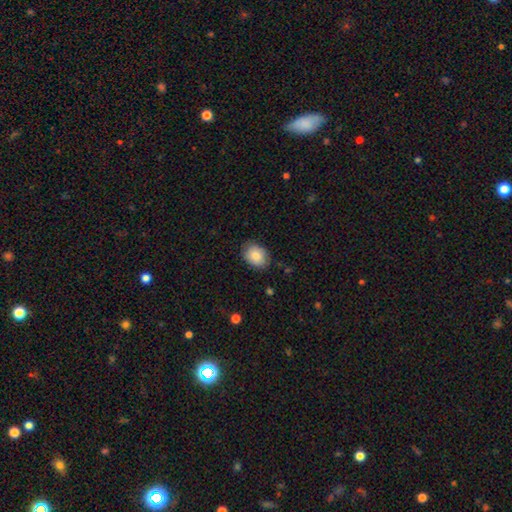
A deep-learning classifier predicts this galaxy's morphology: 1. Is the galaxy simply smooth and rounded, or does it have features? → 84% smooth, 9% featured or disk, 7% star or artifact.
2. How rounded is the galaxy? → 67% in between, 32% round, 1% cigar-shaped.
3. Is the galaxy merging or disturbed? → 81% none, 15% minor disturbance, 3% major disturbance, 1% merger.